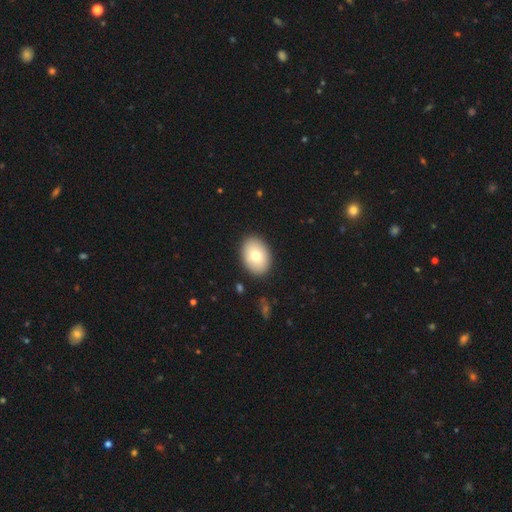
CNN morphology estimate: A smooth galaxy with no disk features (76%) that is in between round and cigar-shaped (80%). Merging: none (90%).